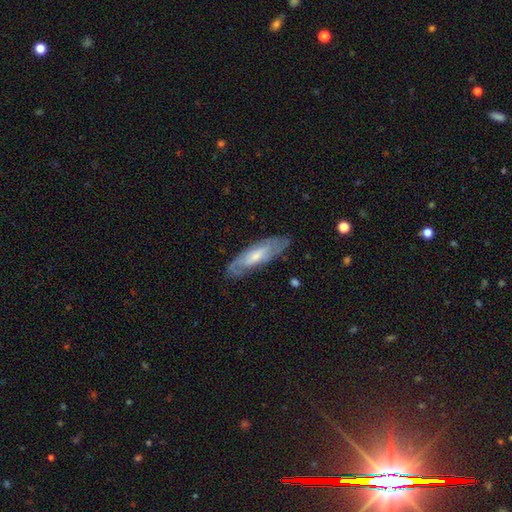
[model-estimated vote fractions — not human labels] Smooth or featured: featured or disk — 59% (smooth — 35%)
Edge-on disk: no — 69% (yes — 31%)
Merging: none — 78% (minor disturbance — 16%)